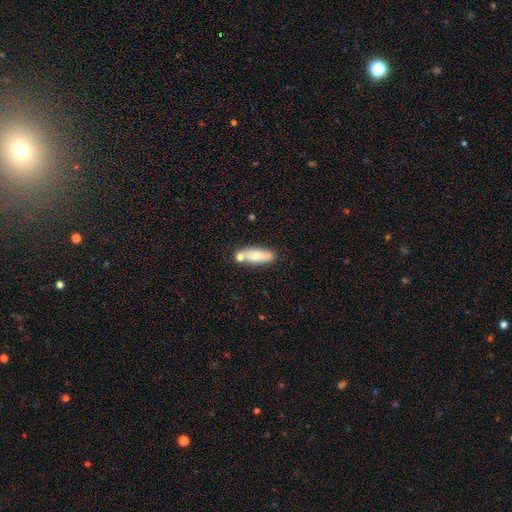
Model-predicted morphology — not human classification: Q: Smooth or featured?
A: smooth (69%); runner-up: featured or disk (25%)
Q: How rounded?
A: in between (54%); runner-up: cigar-shaped (43%)
Q: Merging?
A: none (61%); runner-up: merger (20%)